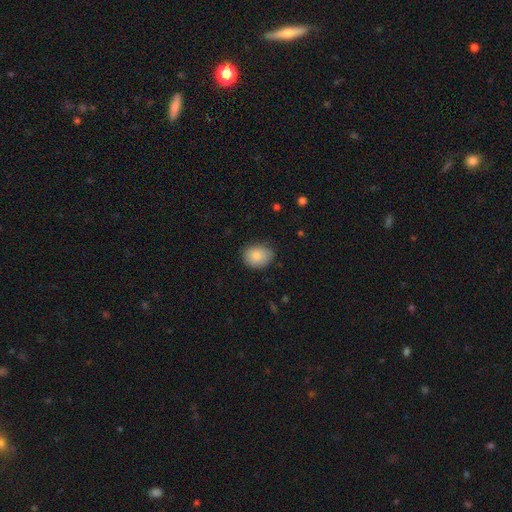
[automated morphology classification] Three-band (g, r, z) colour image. It shows a smooth galaxy with no disk features (82%) that is in between round and cigar-shaped (52%). Merging: none (77%).